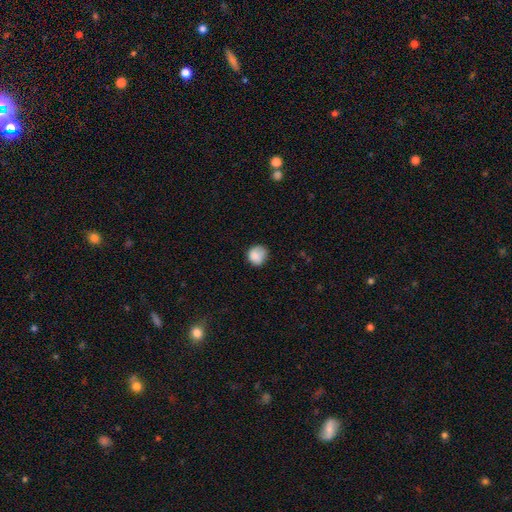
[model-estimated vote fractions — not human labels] smooth-or-featured: smooth: 85% | star or artifact: 8% | featured or disk: 7%
  how-rounded: round: 82% | in between: 17% | cigar-shaped: 1%
  merging: none: 68% | minor disturbance: 24% | major disturbance: 6% | merger: 2%